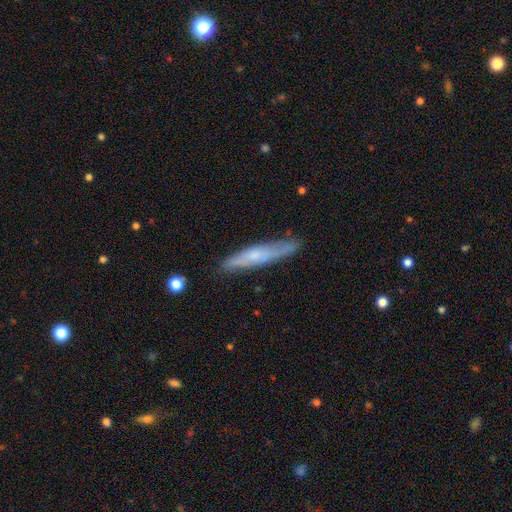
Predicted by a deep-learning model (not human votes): A smooth galaxy with no disk features (48%).

Vote fractions:
- Smooth or featured? smooth: 48% / featured or disk: 46% / star or artifact: 6%
- Merging? none: 81% / minor disturbance: 15% / major disturbance: 2% / merger: 2%